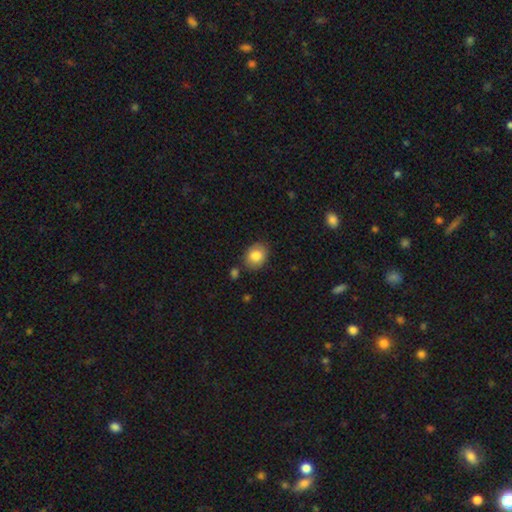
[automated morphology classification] Q: Smooth or featured?
A: smooth (83%); runner-up: featured or disk (9%)
Q: How rounded?
A: in between (59%); runner-up: round (41%)
Q: Merging?
A: none (80%); runner-up: minor disturbance (13%)